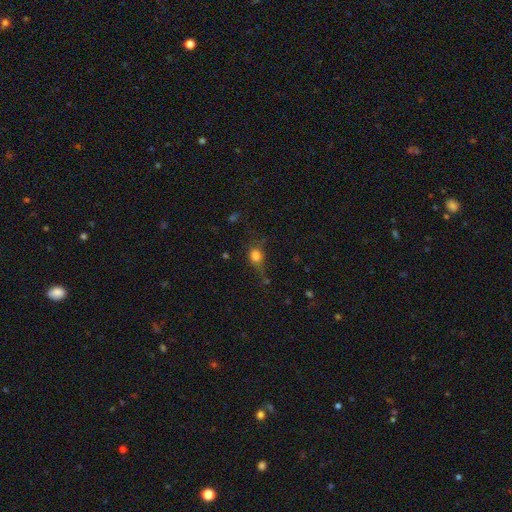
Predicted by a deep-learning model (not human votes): This is likely a smooth galaxy (76%). How rounded: possibly round (51%). Merging: possibly none (49%).